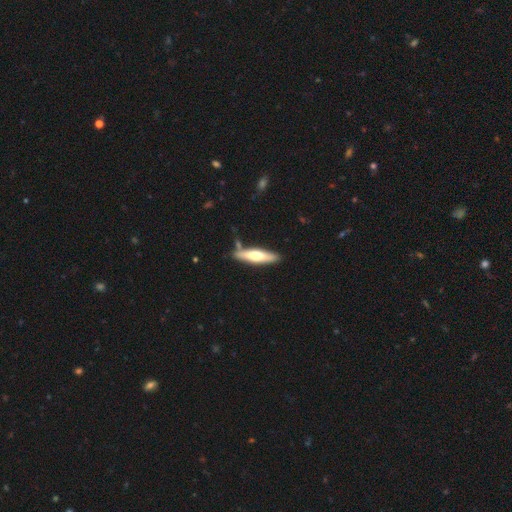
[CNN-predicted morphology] A smooth galaxy with no disk features (54%) that is cigar-shaped (78%). Merging: none (80%).